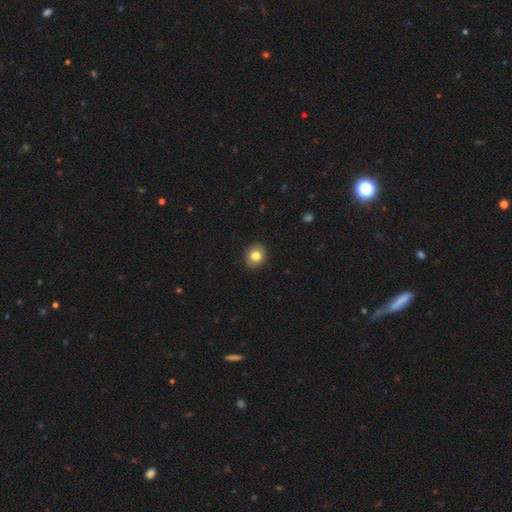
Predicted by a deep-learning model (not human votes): Morphology: type=smooth (82%); roundness=round (69%); merging=none (90%).